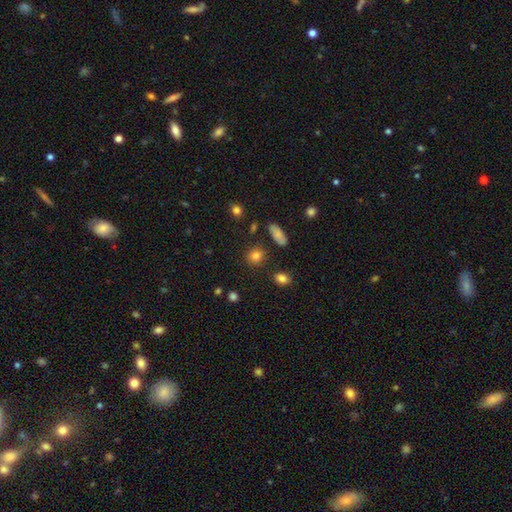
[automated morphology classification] smooth_or_featured: smooth (p=0.82) [alt: star or artifact p=0.12]
how_rounded: round (p=0.82) [alt: in between p=0.17]
merging: none (p=0.83) [alt: minor disturbance p=0.10]